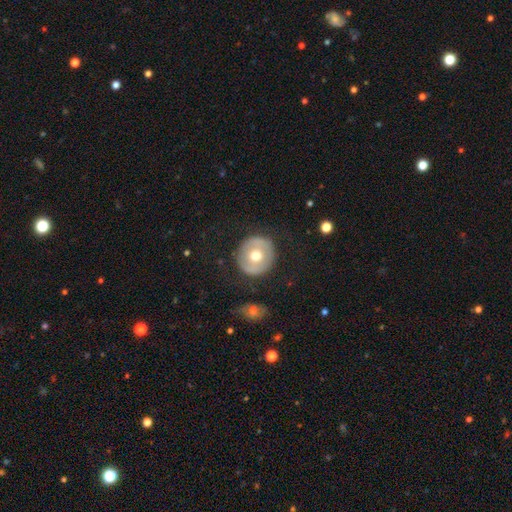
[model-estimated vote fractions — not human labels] Overall: smooth (53%; featured or disk 40%). How rounded: round (92%). Merging: none (85%).